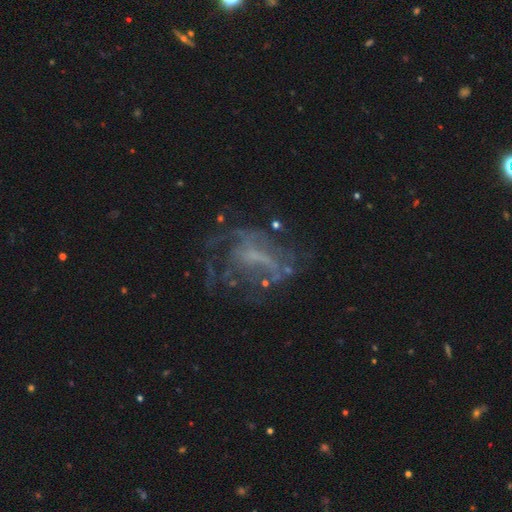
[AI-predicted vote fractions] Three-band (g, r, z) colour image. It shows a featured or disk galaxy (66%) with no bar (57%), no spiral arms (55%) and no central bulge (56%). Merging: none (42%).